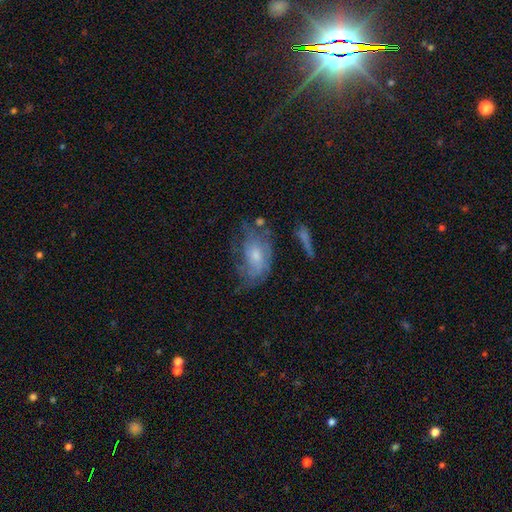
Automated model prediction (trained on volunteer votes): A featured or disk galaxy (54%) with no bar (75%), spiral arms (59%) and a moderate central bulge (45%).

Vote fractions:
- Smooth or featured? featured or disk: 54% / smooth: 37% / star or artifact: 9%
- Edge-on disk? no: 93% / yes: 7%
- Bar? no: 75% / weak: 22% / strong: 4%
- Spiral arms? yes: 59% / no: 41%
- Bulge size? moderate: 45% / small: 44% / large: 5% / none: 5% / dominant: 1%
- Merging? none: 43% / minor disturbance: 28% / major disturbance: 25% / merger: 5%